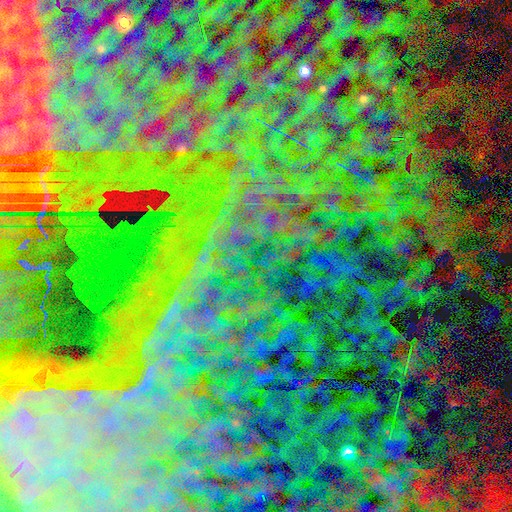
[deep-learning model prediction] Smooth or featured? star or artifact (86%)